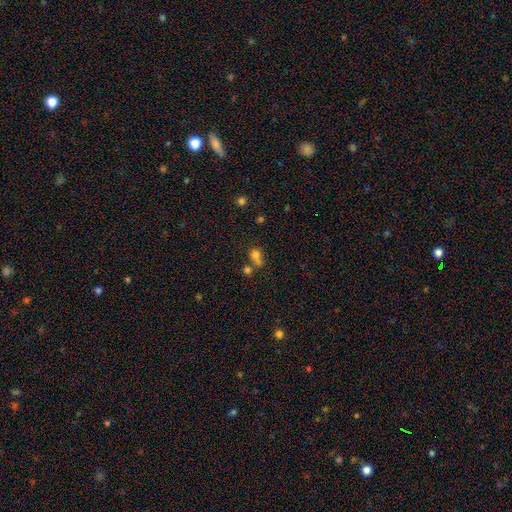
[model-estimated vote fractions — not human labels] Smooth or featured?
  - smooth: 74% *
  - star or artifact: 16%
  - featured or disk: 10%
How rounded?
  - round: 59% *
  - in between: 40%
  - cigar-shaped: 2%
Merging?
  - merger: 43% *
  - none: 35%
  - minor disturbance: 14%
  - major disturbance: 9%